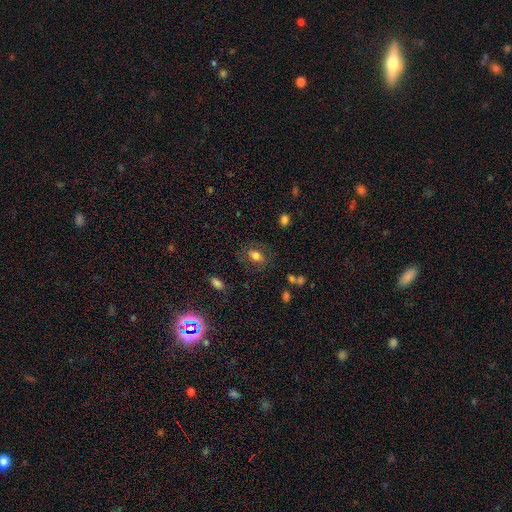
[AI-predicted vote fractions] smooth_or_featured: smooth (p=0.68) [alt: featured or disk p=0.21]
how_rounded: in between (p=0.78) [alt: round p=0.19]
merging: none (p=0.74) [alt: minor disturbance p=0.15]